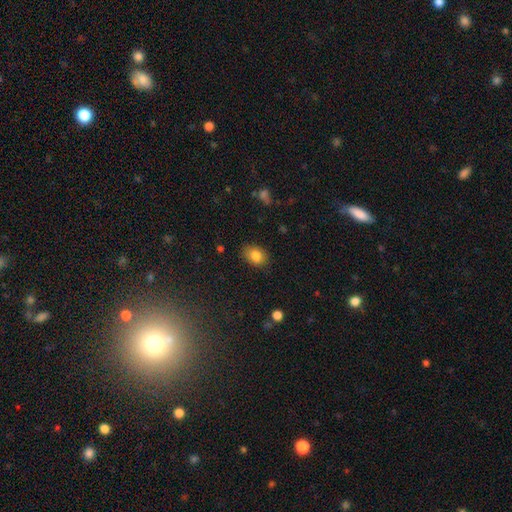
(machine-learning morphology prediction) A smooth galaxy with no disk features (83%) that is in between round and cigar-shaped (67%). Merging: none (83%).